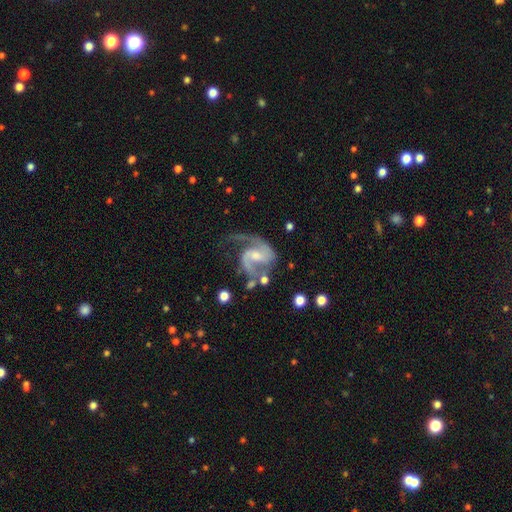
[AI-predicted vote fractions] smooth_or_featured: featured or disk (p=0.90) [alt: smooth p=0.05]
disk_edge_on: no (p=0.98) [alt: yes p=0.02]
bar: weak (p=0.51) [alt: no p=0.32]
has_spiral_arms: yes (p=0.97) [alt: no p=0.03]
spiral_winding: medium (p=0.56) [alt: loose p=0.29]
spiral_arm_count: 2 (p=0.86) [alt: 1 p=0.07]
bulge_size: moderate (p=0.43) [alt: small p=0.39]
merging: none (p=0.51) [alt: major disturbance p=0.22]